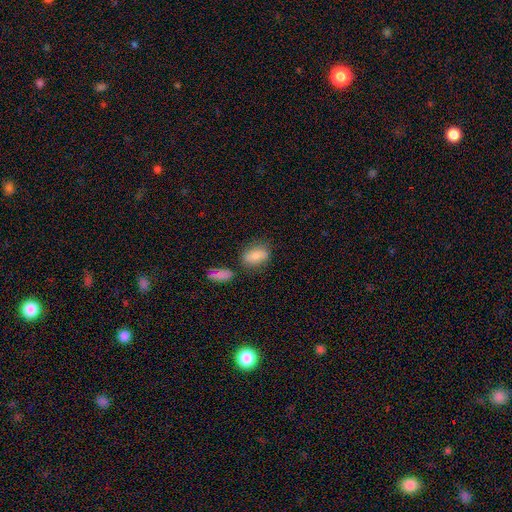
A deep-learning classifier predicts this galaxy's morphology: The model was most divided on "merging": none: 69%, minor disturbance: 16%, merger: 11%, major disturbance: 5%. More confident: how rounded — in between (83%); smooth or featured — smooth (81%).